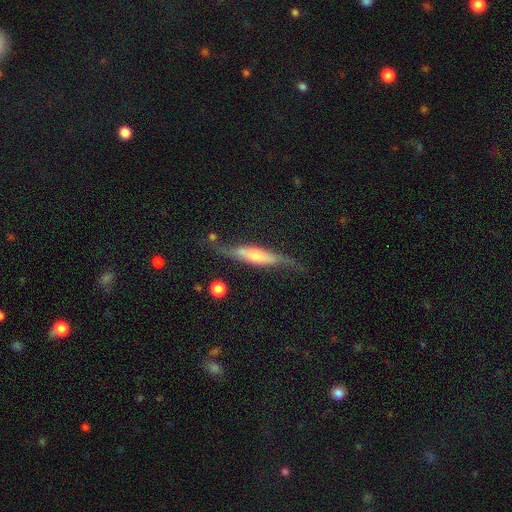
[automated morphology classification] A featured or disk galaxy (74%) viewed edge-on (89%) with a rounded central bulge (67%). Merging: none (71%).